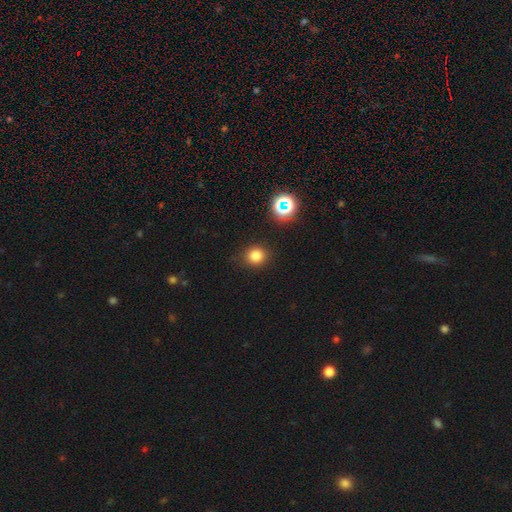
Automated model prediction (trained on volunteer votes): Smooth or featured? Predicted: smooth (p=0.79). How rounded? Predicted: round (p=0.86). Merging? Predicted: none (p=0.87).